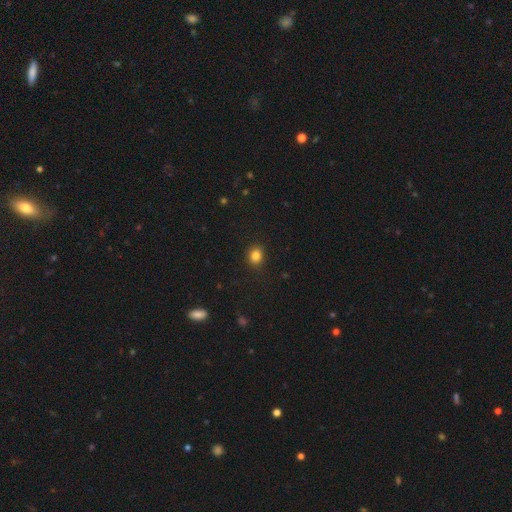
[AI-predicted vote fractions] Smooth or featured: smooth — 84% (star or artifact — 11%)
How rounded: round — 63% (in between — 36%)
Merging: none — 87% (minor disturbance — 10%)